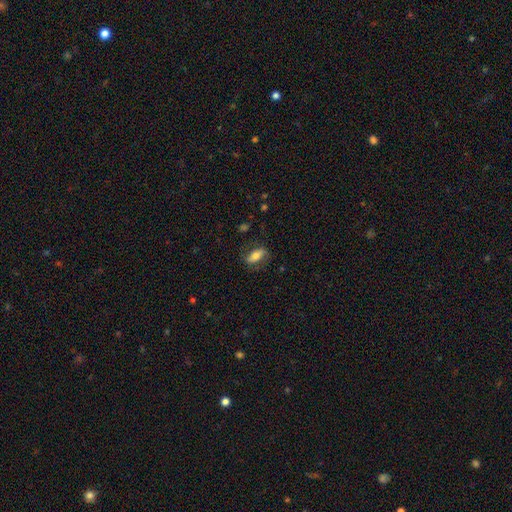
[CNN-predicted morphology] Overall: smooth (57%; featured or disk 35%). How rounded: in between (75%). Merging: none (74%).